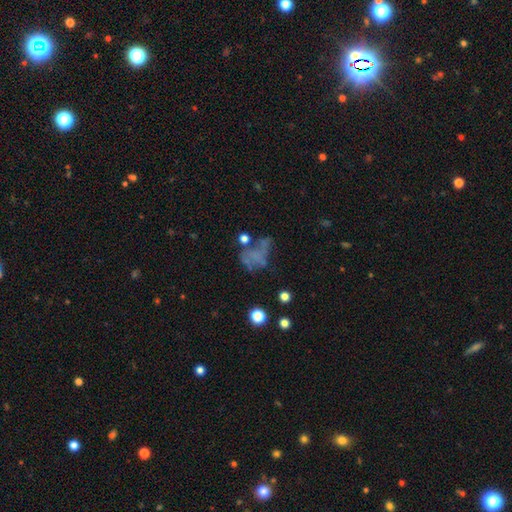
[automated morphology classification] smooth_or_featured: featured or disk (p=0.41) [alt: smooth p=0.37]
merging: major disturbance (p=0.37) [alt: none p=0.30]